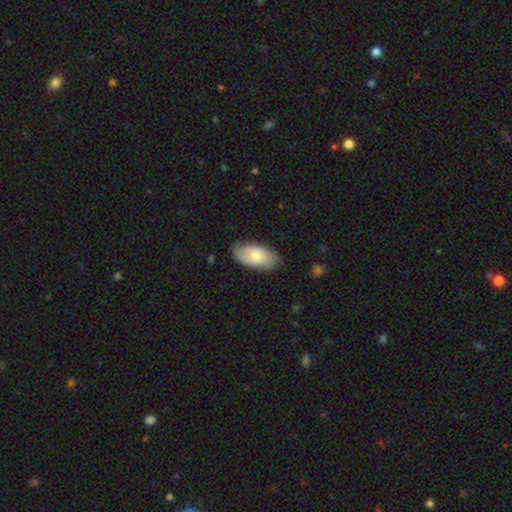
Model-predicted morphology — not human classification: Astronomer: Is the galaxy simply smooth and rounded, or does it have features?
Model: smooth — 70%.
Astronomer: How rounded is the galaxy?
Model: in between — 94%.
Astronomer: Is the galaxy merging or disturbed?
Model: none — 79%.